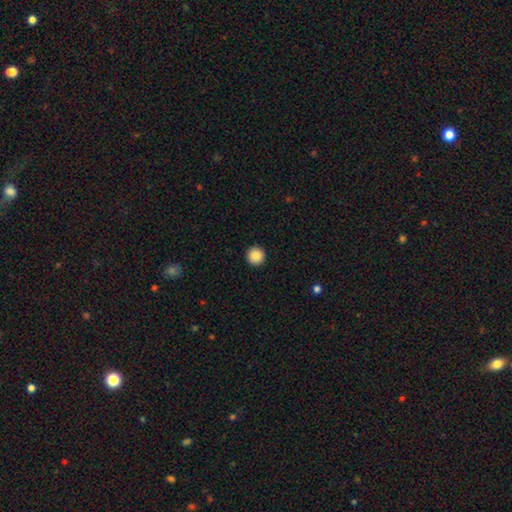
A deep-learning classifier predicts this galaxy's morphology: A smooth galaxy with no disk features (88%) that is round (96%).

Vote fractions:
- Smooth or featured? smooth: 88% / star or artifact: 9% / featured or disk: 4%
- How rounded? round: 96% / in between: 3% / cigar-shaped: 1%
- Merging? none: 94% / minor disturbance: 4% / major disturbance: 1% / merger: 1%